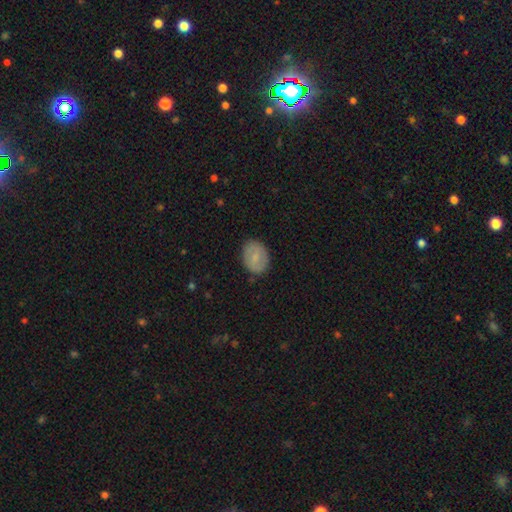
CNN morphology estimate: smooth-or-featured: smooth: 70% | featured or disk: 23% | star or artifact: 7%
  how-rounded: in between: 67% | round: 32% | cigar-shaped: 1%
  merging: none: 85% | minor disturbance: 11% | major disturbance: 3% | merger: 1%